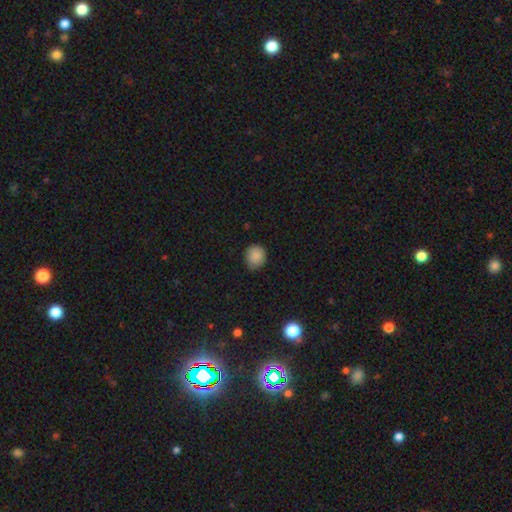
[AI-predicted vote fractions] Morphology: type=smooth (87%); roundness=round (81%); merging=none (82%).